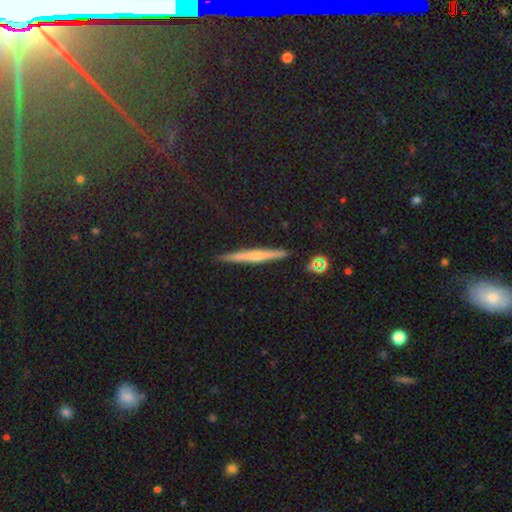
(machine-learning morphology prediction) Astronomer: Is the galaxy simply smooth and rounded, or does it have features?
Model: smooth — 43%, tied with featured or disk at 43%.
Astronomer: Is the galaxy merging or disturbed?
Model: none — 90%.